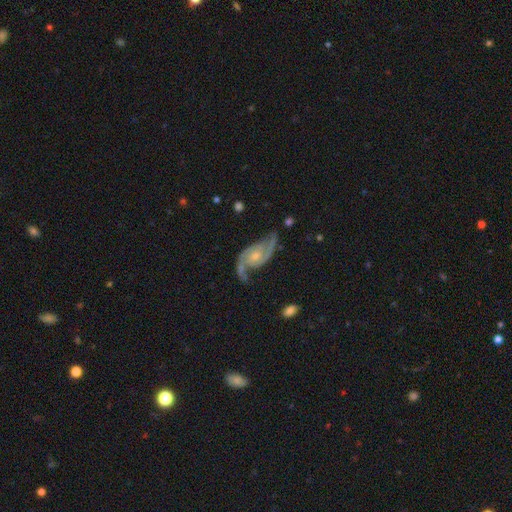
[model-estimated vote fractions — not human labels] A featured or disk galaxy (91%) with no bar (61%), 2 (93%) medium (49%) spiral arms (98%) and a small central bulge (48%).

Vote fractions:
- Smooth or featured? featured or disk: 91% / smooth: 4% / star or artifact: 4%
- Edge-on disk? no: 97% / yes: 3%
- Bar? no: 61% / weak: 31% / strong: 7%
- Spiral arms? yes: 98% / no: 2%
- Spiral winding? medium: 49% / loose: 34% / tight: 17%
- Spiral arm count? 2: 93% / can't tell: 2% / 3: 2% / 1: 1% / 4: 1% / more than 4: 1%
- Bulge size? small: 48% / moderate: 42% / none: 6% / large: 3% / dominant: 1%
- Merging? none: 66% / minor disturbance: 20% / major disturbance: 11% / merger: 4%